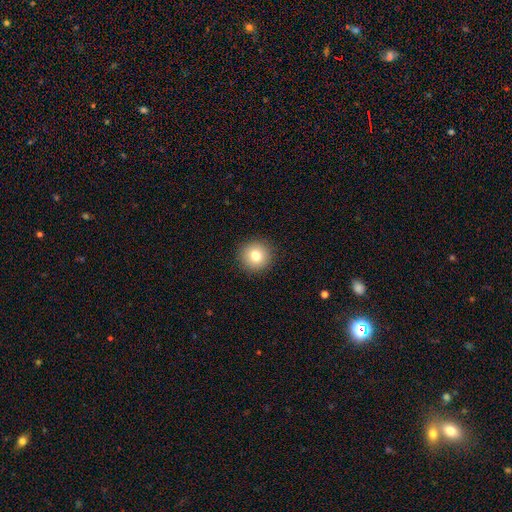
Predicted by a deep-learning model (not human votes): smooth 81%, star or artifact 10%, featured or disk 9%. Down the decision tree: how rounded — round (94%); merging — none (92%).